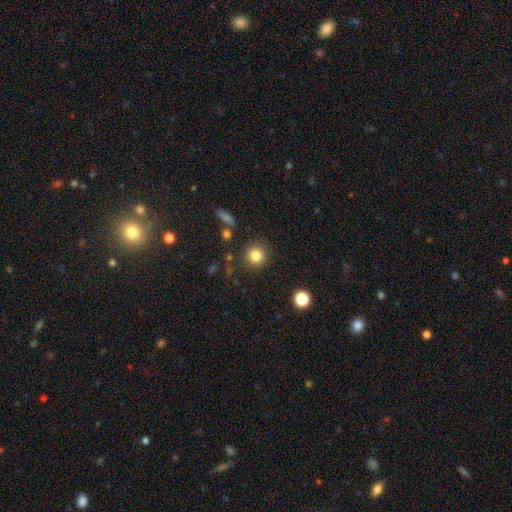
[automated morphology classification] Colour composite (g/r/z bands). It shows a smooth galaxy with no disk features (83%) that is round (92%). Merging: none (87%).